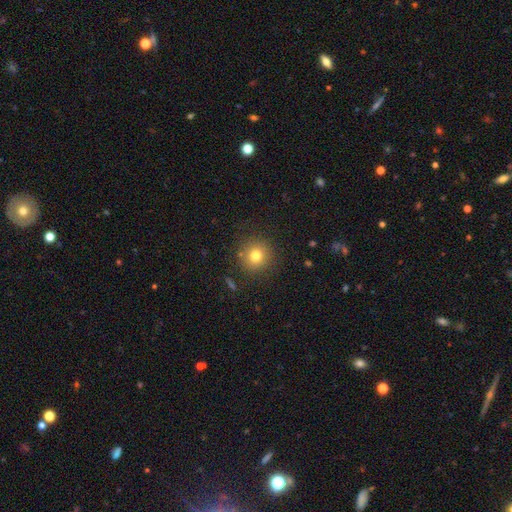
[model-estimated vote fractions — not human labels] Smooth or featured: smooth — 77% (star or artifact — 13%)
How rounded: round — 93% (in between — 6%)
Merging: none — 87% (minor disturbance — 8%)